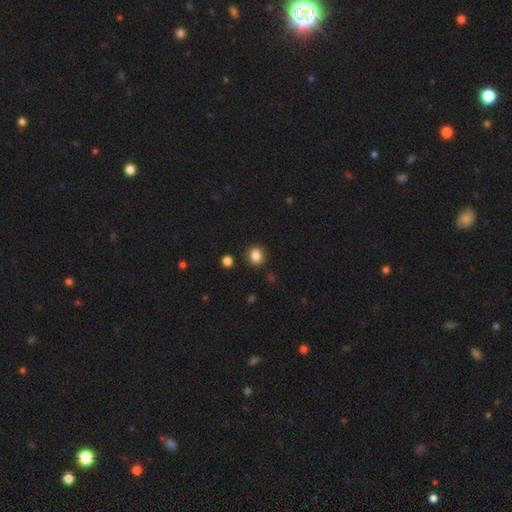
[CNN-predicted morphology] This appears to be a smooth galaxy with no disk features (85%) that is round (71%). Merging: none (89%).